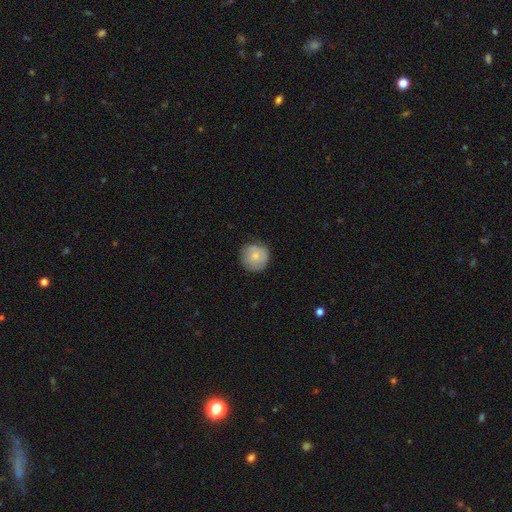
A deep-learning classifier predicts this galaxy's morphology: Q: Smooth or featured?
A: smooth (74%); runner-up: featured or disk (19%)
Q: How rounded?
A: round (94%); runner-up: in between (5%)
Q: Merging?
A: none (81%); runner-up: minor disturbance (15%)